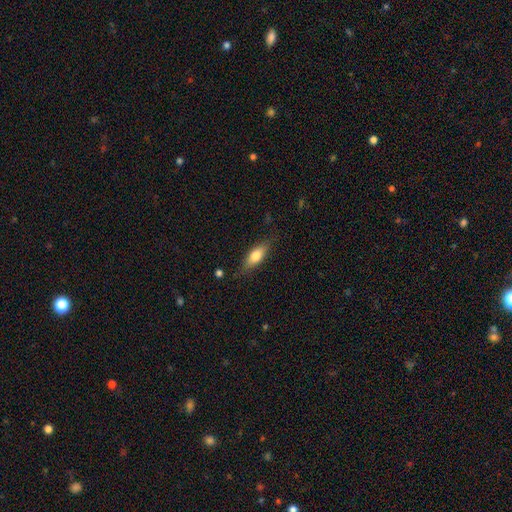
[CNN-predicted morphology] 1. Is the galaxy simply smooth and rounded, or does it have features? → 74% smooth, 19% featured or disk, 7% star or artifact.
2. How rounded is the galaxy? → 69% in between, 28% cigar-shaped, 3% round.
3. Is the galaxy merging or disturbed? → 80% none, 15% minor disturbance, 4% major disturbance, 1% merger.